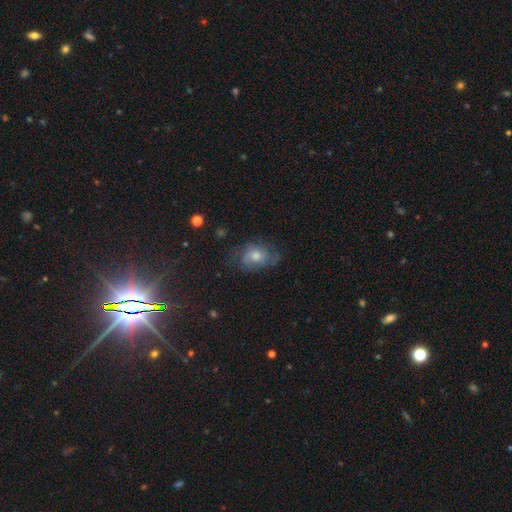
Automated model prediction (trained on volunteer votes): featured or disk 50%, smooth 33%, star or artifact 17%. Down the decision tree: edge-on disk — no (95%); merging — none (63%).